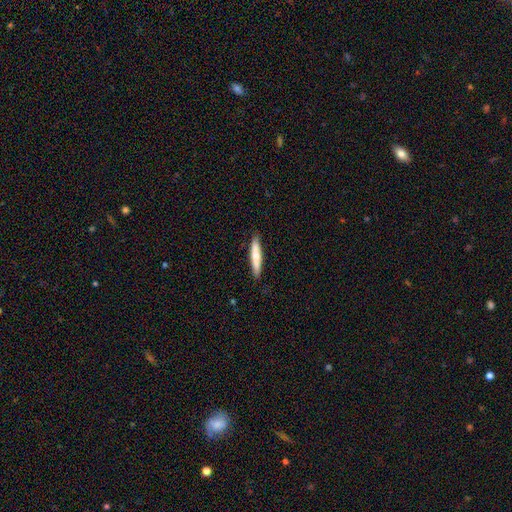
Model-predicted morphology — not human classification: A smooth galaxy with no disk features (68%) that is cigar-shaped (92%). Merging: none (89%).